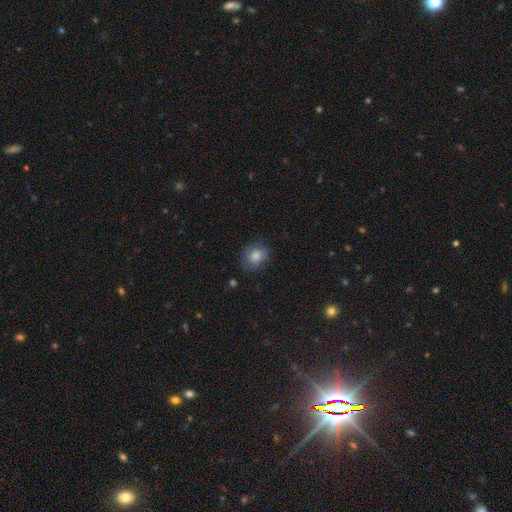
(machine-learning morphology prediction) This is clearly a smooth galaxy (82%). How rounded: likely round (68%). Merging: likely none (76%).